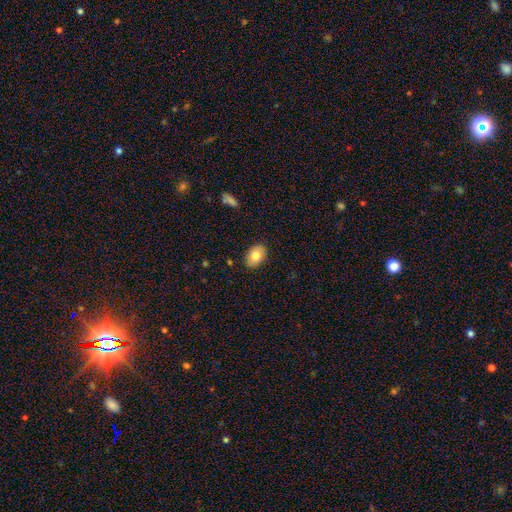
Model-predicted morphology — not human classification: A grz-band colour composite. It shows a smooth galaxy with no disk features (79%) that is in between round and cigar-shaped (87%). Merging: none (87%).